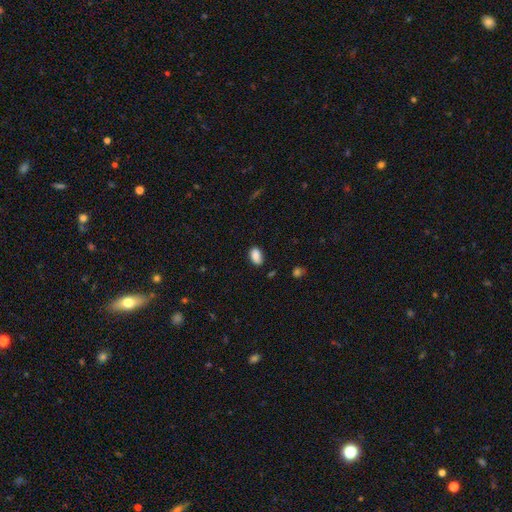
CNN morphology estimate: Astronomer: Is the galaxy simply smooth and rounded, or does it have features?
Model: smooth — 87%.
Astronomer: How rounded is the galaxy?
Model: in between — 91%.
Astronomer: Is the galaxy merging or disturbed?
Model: none — 76%.